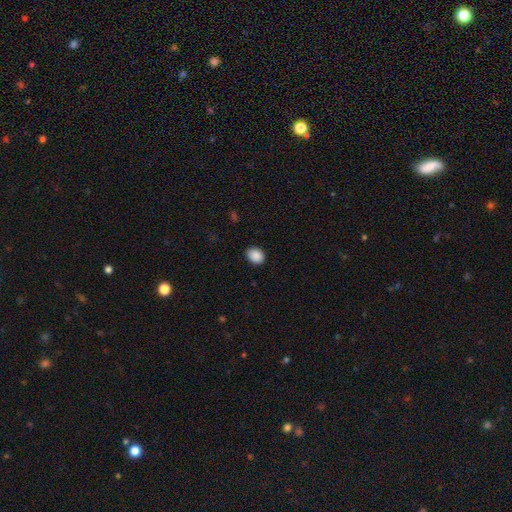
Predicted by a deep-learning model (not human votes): smooth_or_featured: smooth (p=0.90) [alt: star or artifact p=0.08]
how_rounded: in between (p=0.53) [alt: round p=0.46]
merging: none (p=0.88) [alt: minor disturbance p=0.09]